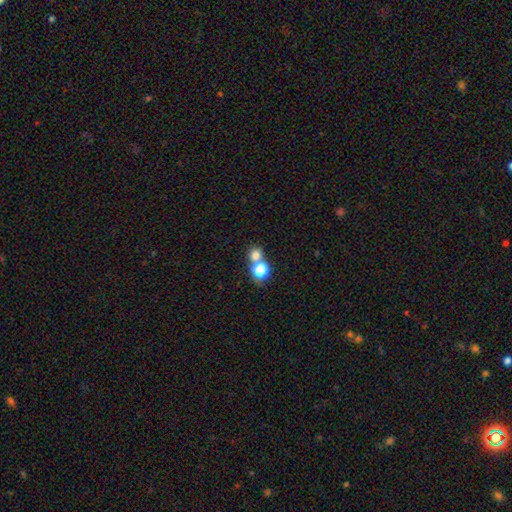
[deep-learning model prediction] smooth_or_featured: smooth (p=0.75) [alt: star or artifact p=0.17]
how_rounded: round (p=0.86) [alt: in between p=0.13]
merging: none (p=0.51) [alt: merger p=0.40]